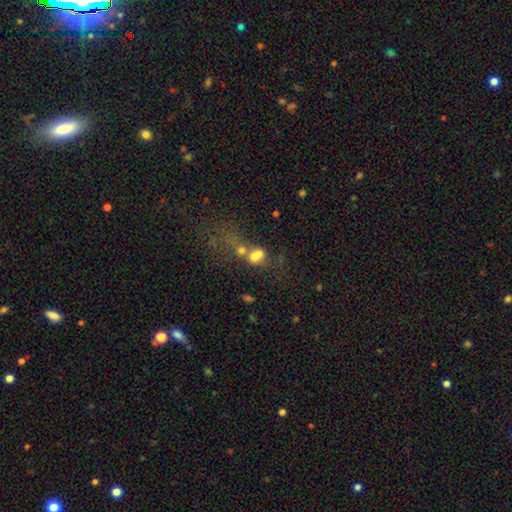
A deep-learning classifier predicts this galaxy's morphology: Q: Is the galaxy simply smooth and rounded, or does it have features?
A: smooth — 55%.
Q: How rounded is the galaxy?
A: in between — 58%.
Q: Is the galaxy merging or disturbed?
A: merger — 65%.